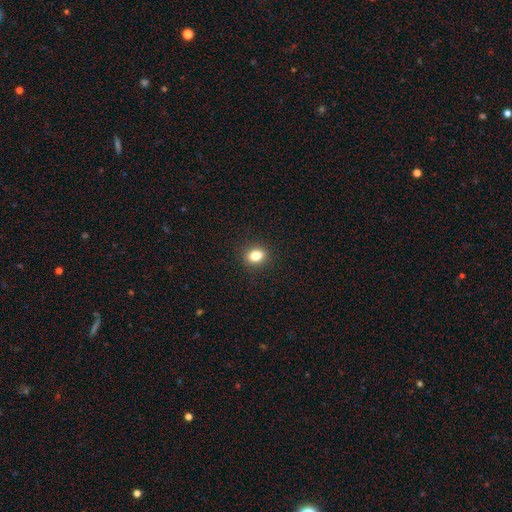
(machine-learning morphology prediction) type=smooth (82%); roundness=in between (54%); merging=none (90%).